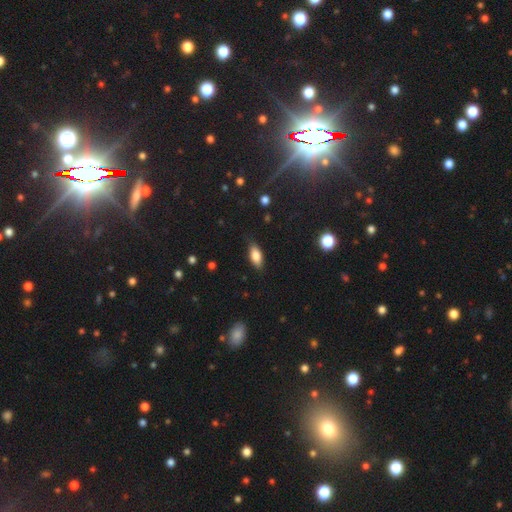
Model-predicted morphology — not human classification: type=smooth (78%); roundness=in between (83%); merging=none (81%).